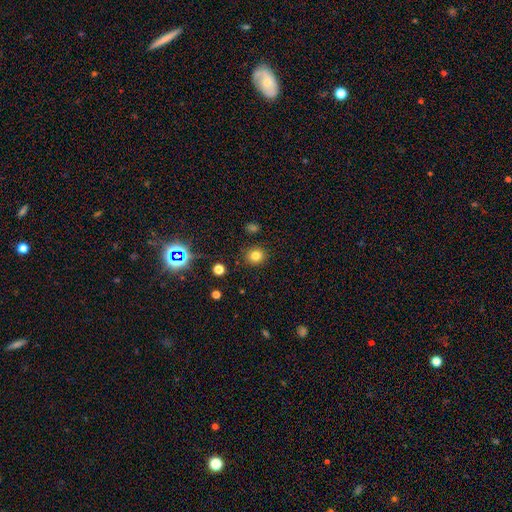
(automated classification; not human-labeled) smooth-or-featured: smooth: 79% | star or artifact: 15% | featured or disk: 6%
  how-rounded: round: 83% | in between: 16% | cigar-shaped: 1%
  merging: none: 88% | minor disturbance: 7% | major disturbance: 2% | merger: 2%